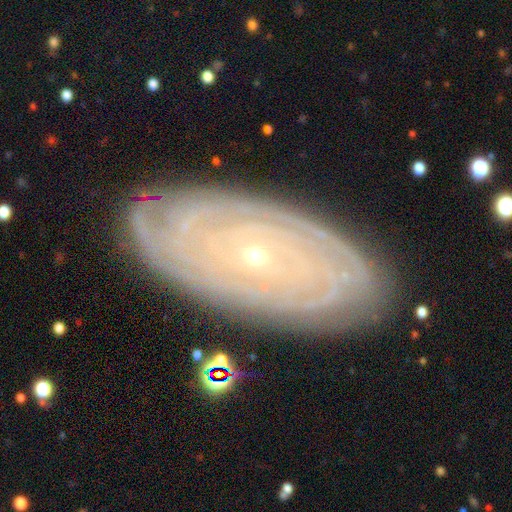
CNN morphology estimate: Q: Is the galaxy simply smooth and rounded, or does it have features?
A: featured or disk — 85%.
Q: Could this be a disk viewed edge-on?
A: no — 92%.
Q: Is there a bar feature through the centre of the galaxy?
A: no — 82%.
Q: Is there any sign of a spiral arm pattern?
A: yes — 95%.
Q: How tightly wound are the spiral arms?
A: tight — 91%.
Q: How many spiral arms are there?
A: can't tell — 38%.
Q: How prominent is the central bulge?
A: small — 82%.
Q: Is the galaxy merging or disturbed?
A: none — 87%.